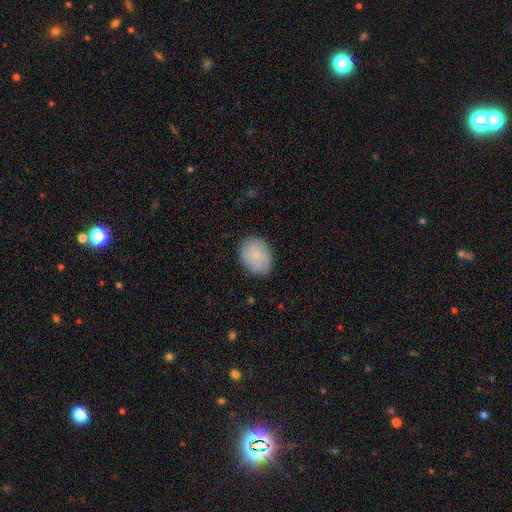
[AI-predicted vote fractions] The model was most divided on "how rounded": in between: 61%, round: 39%, cigar-shaped: 1%. More confident: merging — none (83%); smooth or featured — smooth (80%).